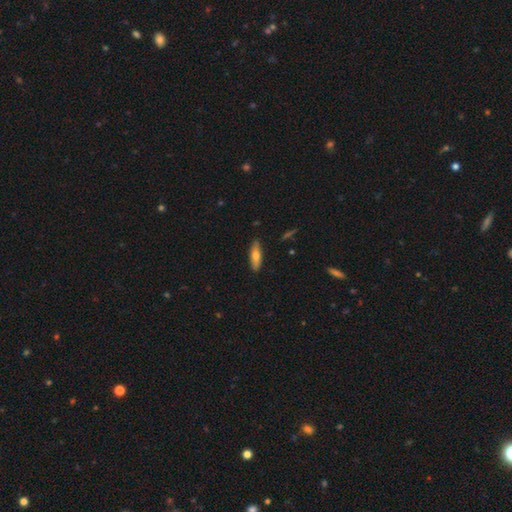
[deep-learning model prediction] A smooth galaxy with no disk features (70%) that is in between round and cigar-shaped (49%, tied with cigar-shaped). Merging: none (86%).